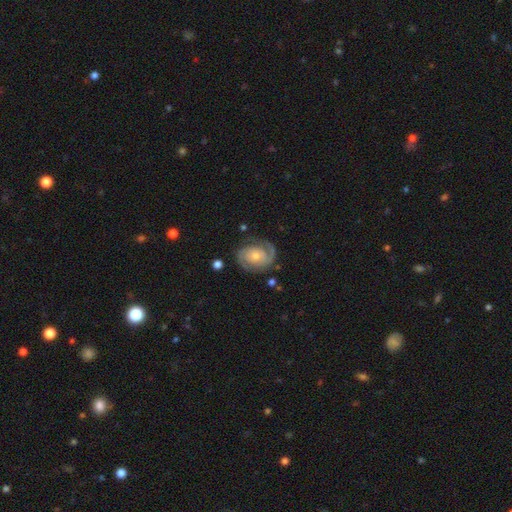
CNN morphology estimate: Smooth or featured?
  - featured or disk: 85% *
  - smooth: 9%
  - star or artifact: 6%
Edge-on disk?
  - no: 98% *
  - yes: 2%
Bar?
  - no: 72% *
  - weak: 23%
  - strong: 5%
Spiral arms?
  - yes: 96% *
  - no: 4%
Spiral winding?
  - tight: 55% *
  - medium: 35%
  - loose: 10%
Spiral arm count?
  - 2: 79% *
  - 1: 8%
  - can't tell: 7%
  - 3: 3%
  - 4: 1%
  - more than 4: 1%
Bulge size?
  - small: 53% *
  - moderate: 41%
  - large: 3%
  - none: 2%
  - dominant: 1%
Merging?
  - none: 76% *
  - minor disturbance: 15%
  - major disturbance: 7%
  - merger: 2%